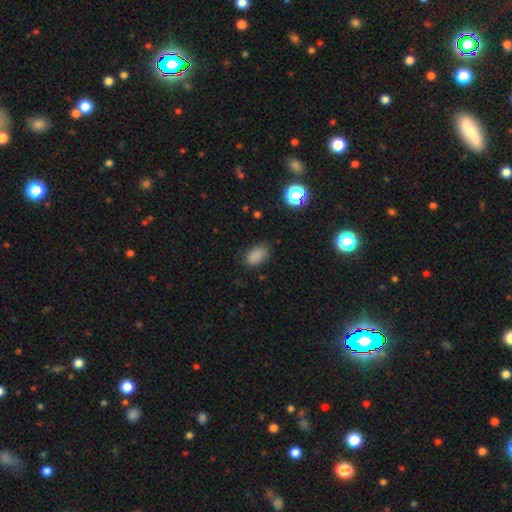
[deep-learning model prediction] The model was most divided on "merging": none: 78%, minor disturbance: 16%, major disturbance: 4%, merger: 1%. More confident: how rounded — in between (90%); smooth or featured — smooth (84%).